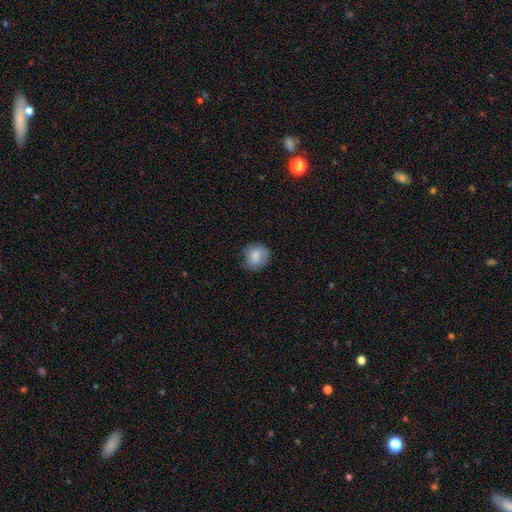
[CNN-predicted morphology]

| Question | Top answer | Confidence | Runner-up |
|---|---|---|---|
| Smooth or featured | smooth | 80% | featured or disk (12%) |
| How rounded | round | 78% | in between (21%) |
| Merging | none | 67% | minor disturbance (24%) |